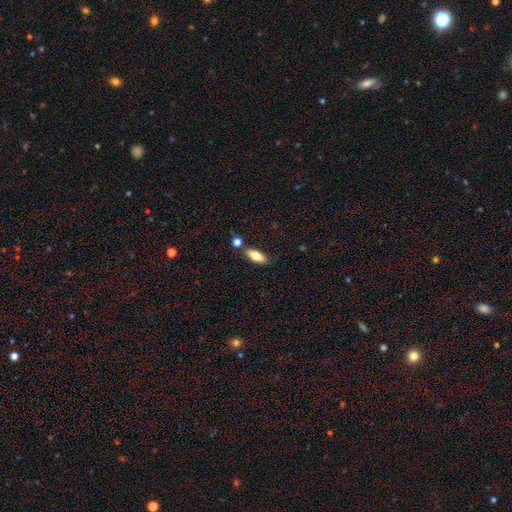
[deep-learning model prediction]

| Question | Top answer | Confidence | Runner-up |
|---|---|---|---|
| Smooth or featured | smooth | 75% | featured or disk (18%) |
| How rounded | in between | 72% | cigar-shaped (25%) |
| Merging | none | 77% | minor disturbance (11%) |